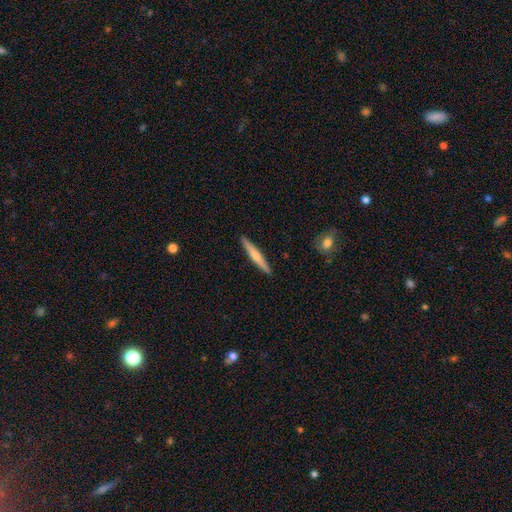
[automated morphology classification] A smooth galaxy with no disk features (51%) that is cigar-shaped (95%). Merging: none (92%).